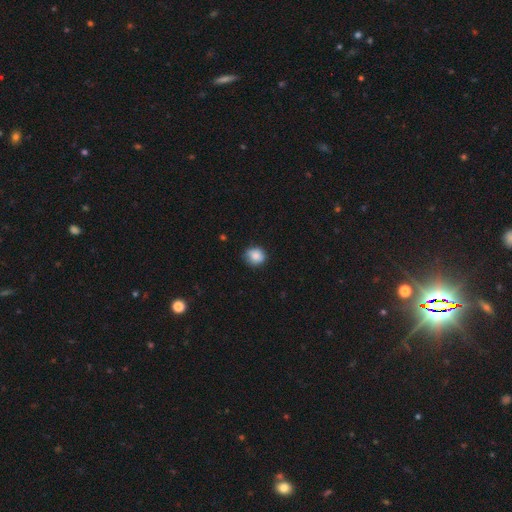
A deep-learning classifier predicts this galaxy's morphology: Smooth or featured? Predicted: smooth (p=0.85). How rounded? Predicted: round (p=0.81). Merging? Predicted: none (p=0.74).